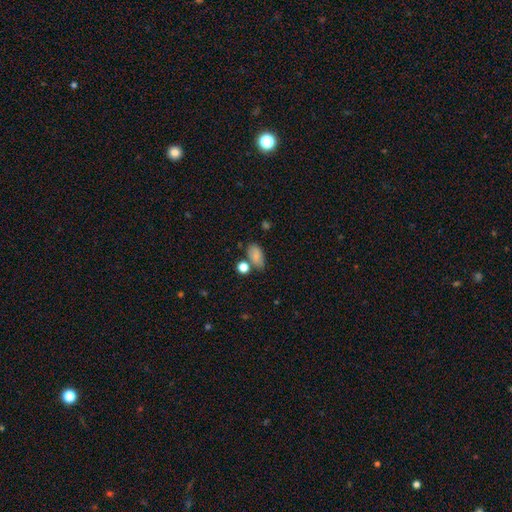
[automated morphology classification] smooth_or_featured: smooth (p=0.79) [alt: star or artifact p=0.11]
how_rounded: in between (p=0.87) [alt: round p=0.11]
merging: none (p=0.56) [alt: minor disturbance p=0.22]